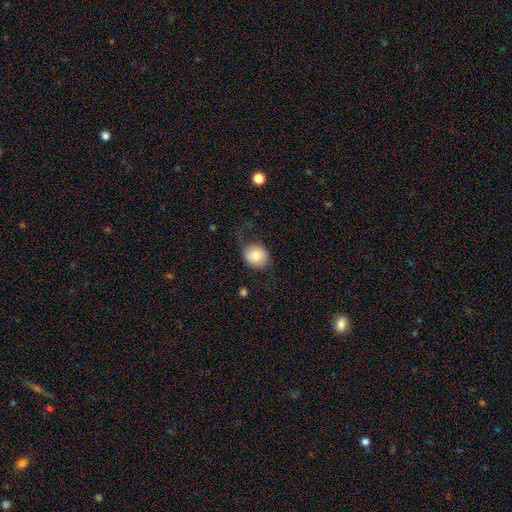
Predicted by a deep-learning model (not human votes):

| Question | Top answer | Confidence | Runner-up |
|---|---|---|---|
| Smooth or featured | smooth | 75% | featured or disk (17%) |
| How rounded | round | 73% | in between (26%) |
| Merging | none | 66% | minor disturbance (21%) |